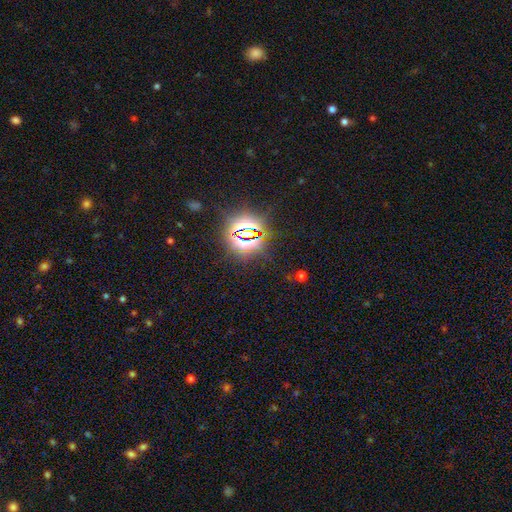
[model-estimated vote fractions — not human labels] smooth_or_featured: star or artifact (p=0.83) [alt: smooth p=0.11]